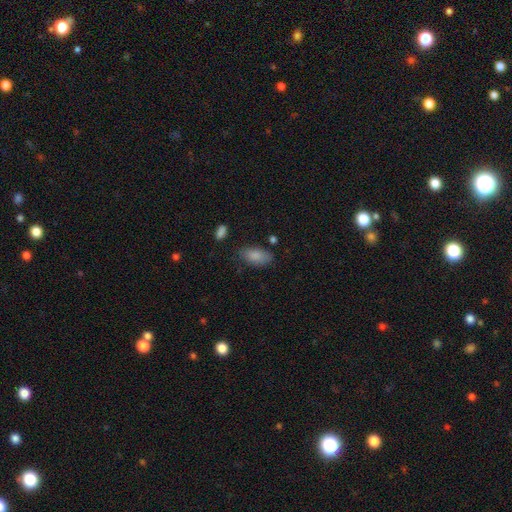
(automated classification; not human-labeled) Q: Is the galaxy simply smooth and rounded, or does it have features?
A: smooth — 85%.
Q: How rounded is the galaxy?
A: in between — 92%.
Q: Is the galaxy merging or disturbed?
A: none — 76%.